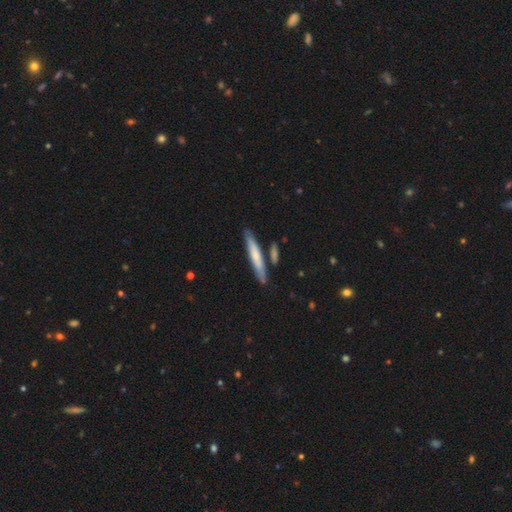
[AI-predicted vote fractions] Smooth or featured? smooth (62%)
How rounded? cigar-shaped (93%)
Merging? none (81%)